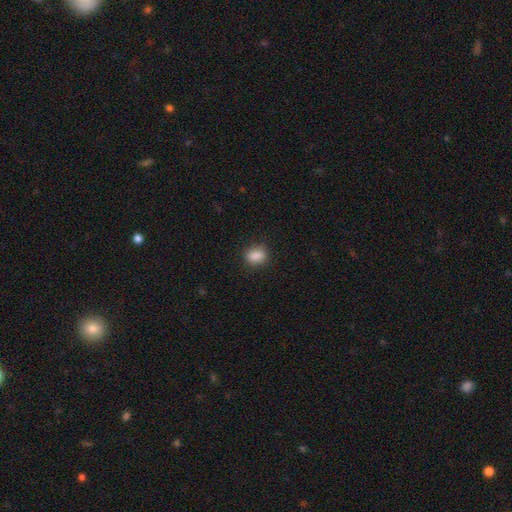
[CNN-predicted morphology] A smooth galaxy with no disk features (86%) that is in between round and cigar-shaped (64%).

Vote fractions:
- Smooth or featured? smooth: 86% / star or artifact: 9% / featured or disk: 5%
- How rounded? in between: 64% / round: 33% / cigar-shaped: 3%
- Merging? none: 81% / minor disturbance: 14% / major disturbance: 3% / merger: 2%